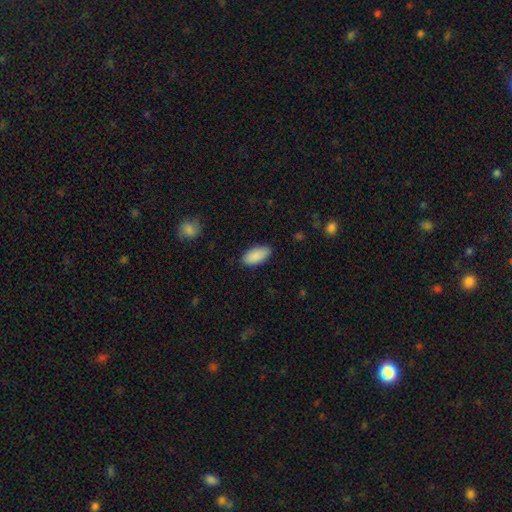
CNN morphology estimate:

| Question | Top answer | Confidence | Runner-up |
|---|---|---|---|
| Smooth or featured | smooth | 90% | star or artifact (6%) |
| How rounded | in between | 93% | cigar-shaped (5%) |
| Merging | none | 84% | minor disturbance (12%) |